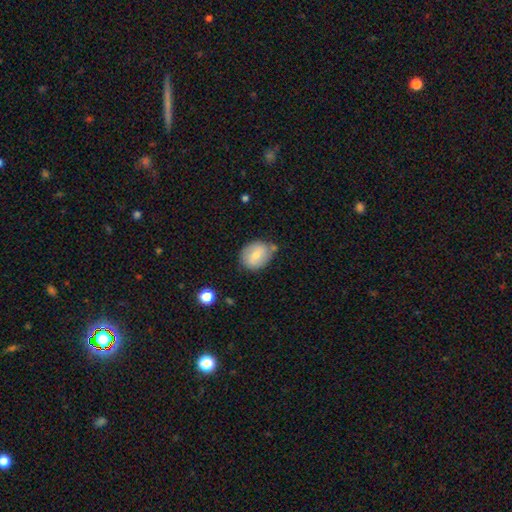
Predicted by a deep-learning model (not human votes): smooth 66%, featured or disk 27%, star or artifact 7%. Down the decision tree: how rounded — in between (61%); merging — none (65%).